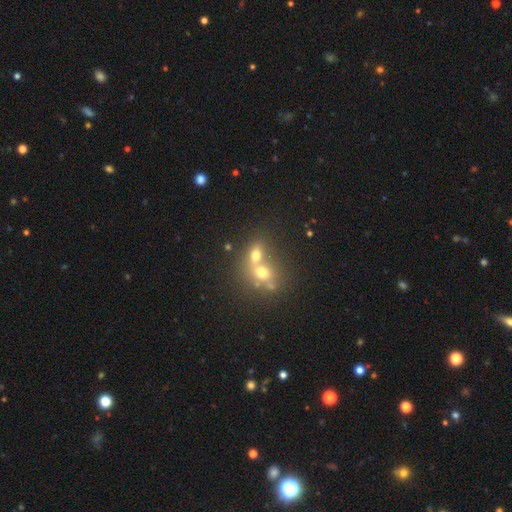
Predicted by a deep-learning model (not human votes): smooth_or_featured: smooth (p=0.65) [alt: featured or disk p=0.20]
how_rounded: round (p=0.55) [alt: in between p=0.43]
merging: merger (p=0.64) [alt: none p=0.27]